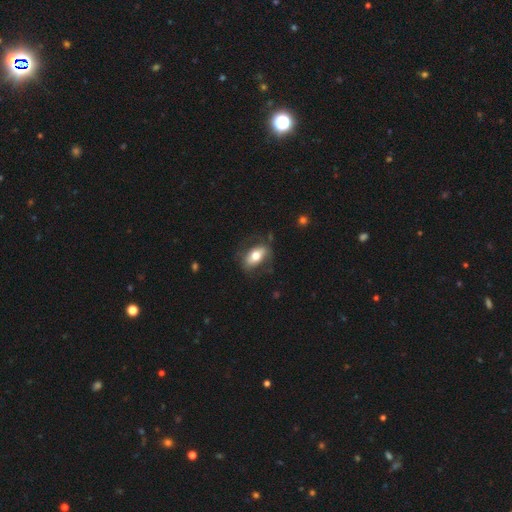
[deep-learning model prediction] Smooth or featured? smooth (61%)
How rounded? in between (87%)
Merging? none (71%)